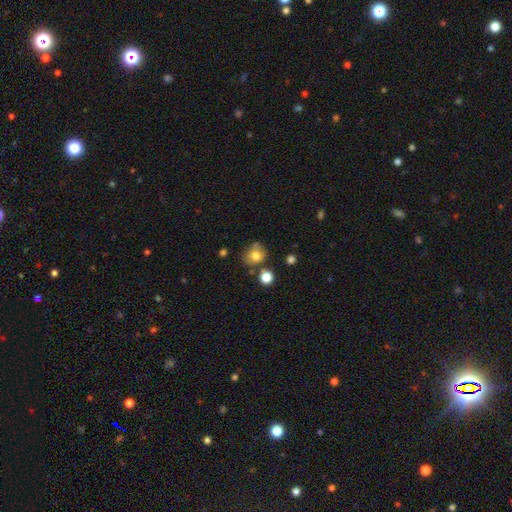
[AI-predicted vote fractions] smooth 75%, star or artifact 12%, featured or disk 12%. Down the decision tree: how rounded — round (71%); merging — none (62%).